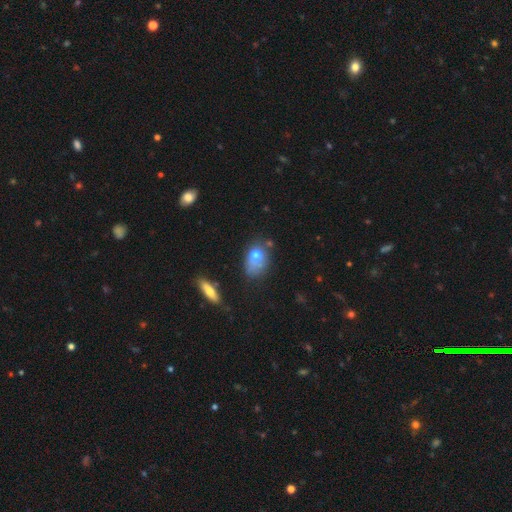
smooth-or-featured: smooth: 69% | featured or disk: 25% | star or artifact: 6%
  how-rounded: in between: 64% | round: 36% | cigar-shaped: 0%
  merging: none: 32% (tied) | minor disturbance: 32% (tied) | major disturbance: 32% (tied) | merger: 3%